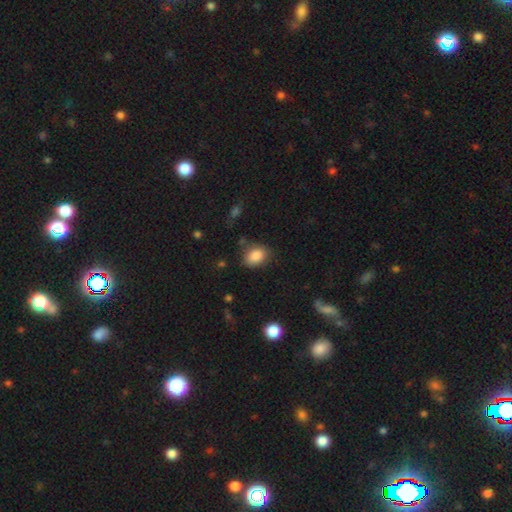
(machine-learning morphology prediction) Smooth or featured: smooth — 86% (star or artifact — 9%)
How rounded: in between — 73% (round — 26%)
Merging: none — 75% (minor disturbance — 17%)